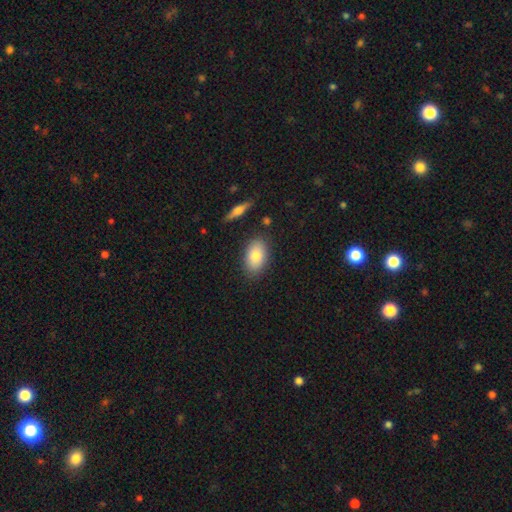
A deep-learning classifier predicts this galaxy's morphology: smooth 80%, featured or disk 13%, star or artifact 7%. Down the decision tree: how rounded — in between (91%); merging — none (83%).